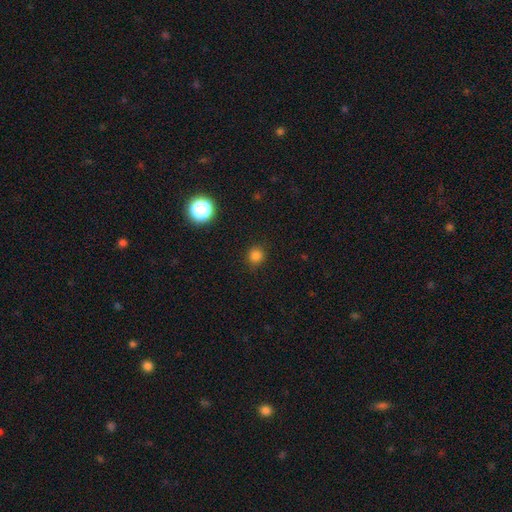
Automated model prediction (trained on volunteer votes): smooth-or-featured: smooth: 81% | star or artifact: 15% | featured or disk: 4%
  how-rounded: round: 89% | in between: 10% | cigar-shaped: 1%
  merging: none: 87% | minor disturbance: 9% | major disturbance: 3% | merger: 1%